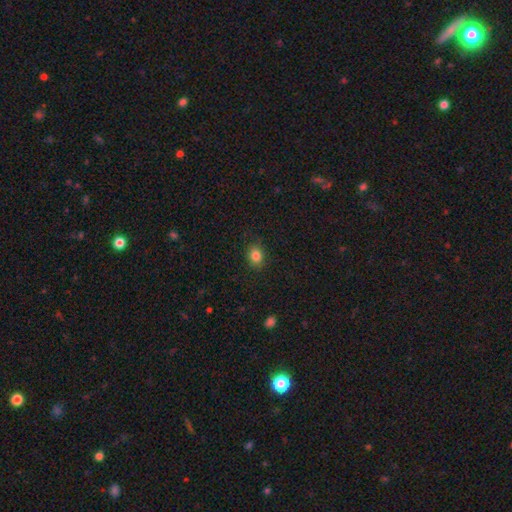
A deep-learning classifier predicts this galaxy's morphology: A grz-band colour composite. It shows a smooth galaxy with no disk features (83%) that is round (54%). Merging: none (85%).